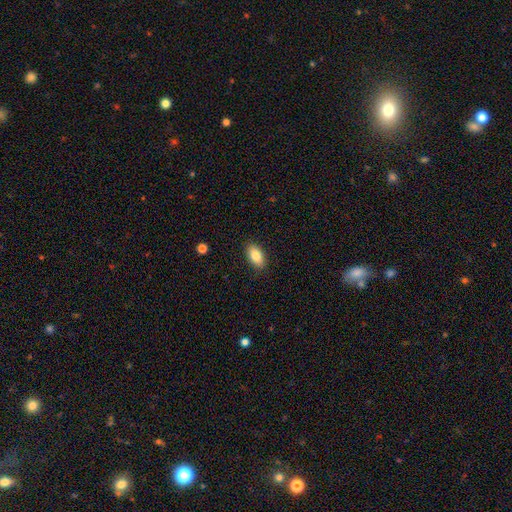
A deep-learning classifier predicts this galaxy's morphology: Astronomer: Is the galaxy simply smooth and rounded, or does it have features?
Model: smooth — 85%.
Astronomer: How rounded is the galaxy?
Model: in between — 92%.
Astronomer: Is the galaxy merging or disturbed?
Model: none — 87%.